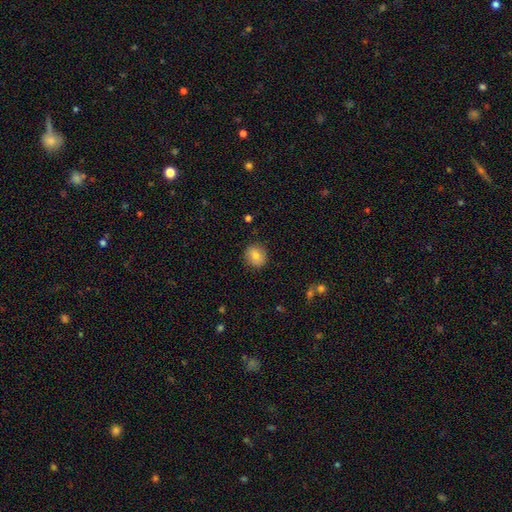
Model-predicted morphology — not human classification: Smooth or featured? smooth (78%)
How rounded? round (80%)
Merging? none (88%)